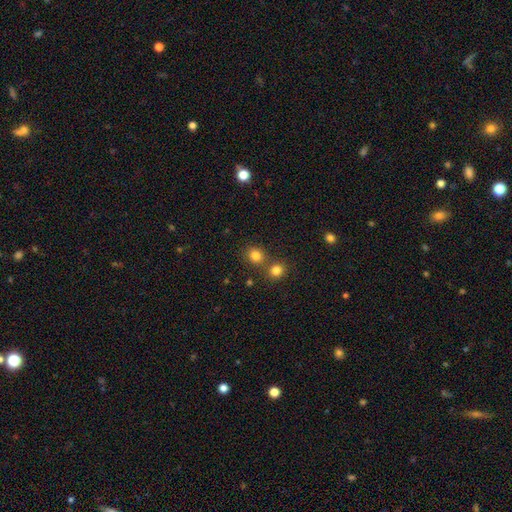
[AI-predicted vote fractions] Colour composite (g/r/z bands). It shows a smooth galaxy with no disk features (80%) that is round (79%). Merging: none (65%).